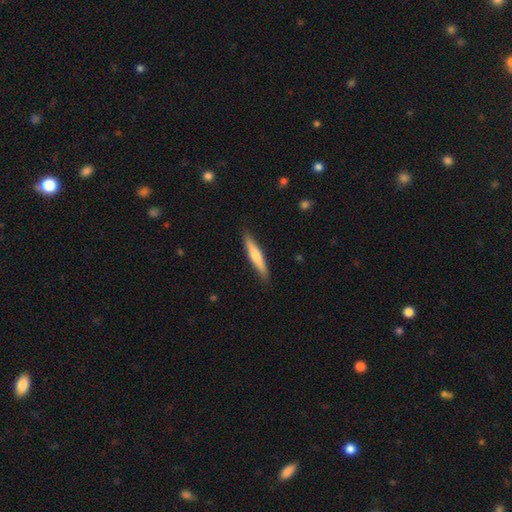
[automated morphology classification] smooth_or_featured: smooth (p=0.59) [alt: featured or disk p=0.35]
how_rounded: cigar-shaped (p=0.90) [alt: in between p=0.08]
merging: none (p=0.88) [alt: minor disturbance p=0.09]